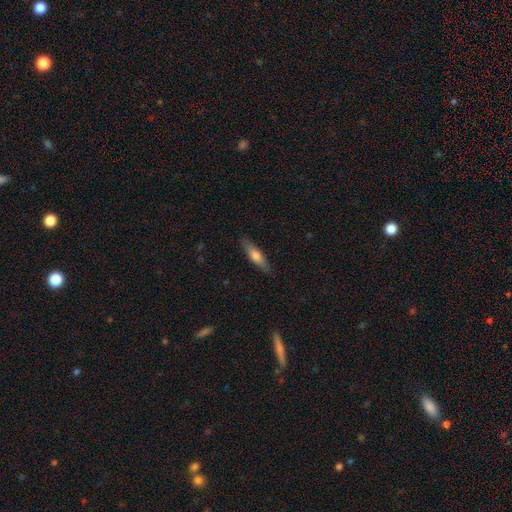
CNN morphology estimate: smooth-or-featured: smooth: 62% | featured or disk: 32% | star or artifact: 6%
  how-rounded: cigar-shaped: 69% | in between: 29% | round: 2%
  merging: none: 87% | minor disturbance: 10% | major disturbance: 2% | merger: 1%